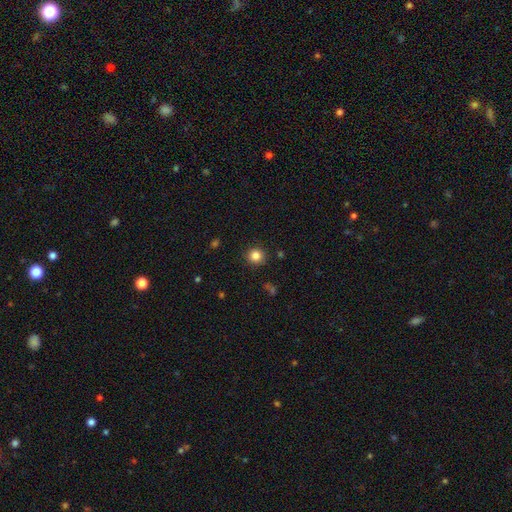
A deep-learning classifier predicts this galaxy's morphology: Smooth or featured?
  - smooth: 84% *
  - star or artifact: 11%
  - featured or disk: 5%
How rounded?
  - round: 92% *
  - in between: 7%
  - cigar-shaped: 1%
Merging?
  - none: 90% *
  - minor disturbance: 7%
  - major disturbance: 2%
  - merger: 1%